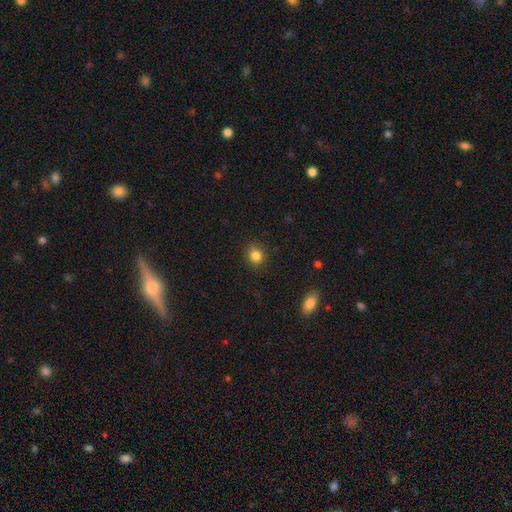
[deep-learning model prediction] A smooth galaxy with no disk features (84%) that is round (83%). Merging: none (88%).